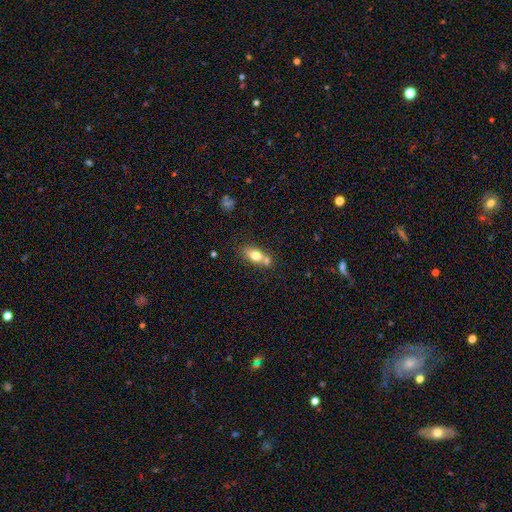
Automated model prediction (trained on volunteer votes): A smooth galaxy with no disk features (72%) that is in between round and cigar-shaped (79%). Merging: none (49%).